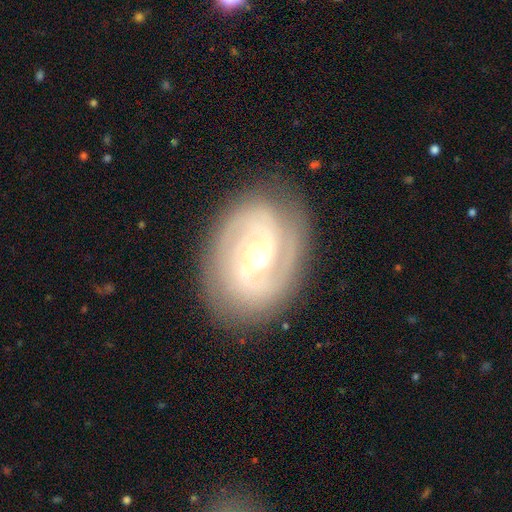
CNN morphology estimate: A featured or disk galaxy (86%) with a weak bar (42%), 2 (78%) tight (49%) spiral arms (96%) and a moderate central bulge (64%).

Vote fractions:
- Smooth or featured? featured or disk: 86% / smooth: 8% / star or artifact: 6%
- Edge-on disk? no: 97% / yes: 3%
- Bar? weak: 42% / no: 41% / strong: 17%
- Spiral arms? yes: 96% / no: 4%
- Spiral winding? tight: 49% / medium: 40% / loose: 11%
- Spiral arm count? 2: 78% / can't tell: 8% / 3: 7% / 4: 2% / 1: 2% / more than 4: 2%
- Bulge size? moderate: 64% / small: 27% / large: 7% / dominant: 1% / none: 1%
- Merging? none: 84% / minor disturbance: 11% / major disturbance: 4% / merger: 1%